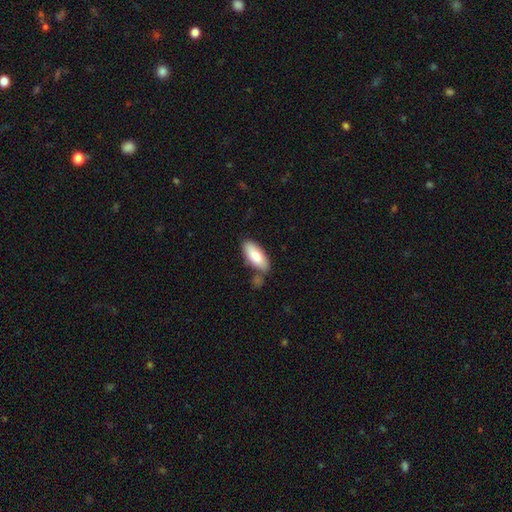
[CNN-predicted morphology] Smooth or featured: smooth — 79% (featured or disk — 15%)
How rounded: in between — 84% (cigar-shaped — 14%)
Merging: none — 68% (minor disturbance — 17%)